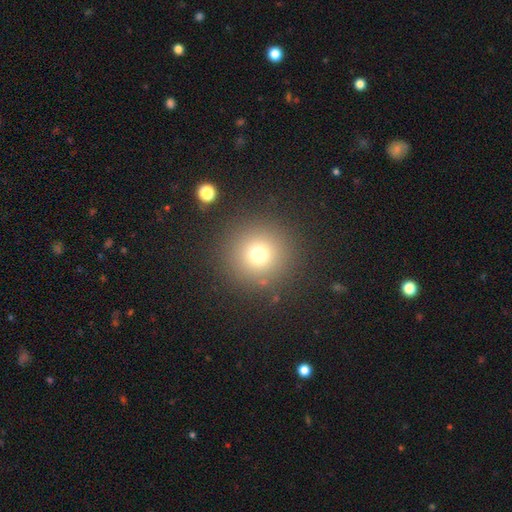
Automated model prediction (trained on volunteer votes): smooth-or-featured: smooth: 72% | star or artifact: 19% | featured or disk: 9%
  how-rounded: round: 96% | in between: 3% | cigar-shaped: 1%
  merging: none: 88% | minor disturbance: 6% | major disturbance: 4% | merger: 3%